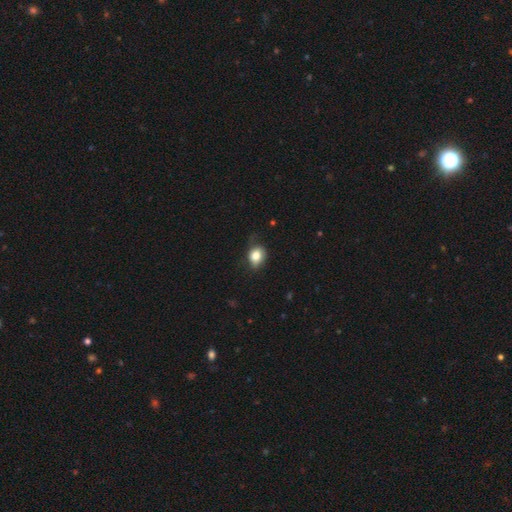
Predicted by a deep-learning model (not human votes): Smooth or featured?
  - smooth: 80% *
  - featured or disk: 11%
  - star or artifact: 9%
How rounded?
  - in between: 57% *
  - round: 42%
  - cigar-shaped: 1%
Merging?
  - none: 59% *
  - minor disturbance: 30%
  - major disturbance: 10%
  - merger: 1%